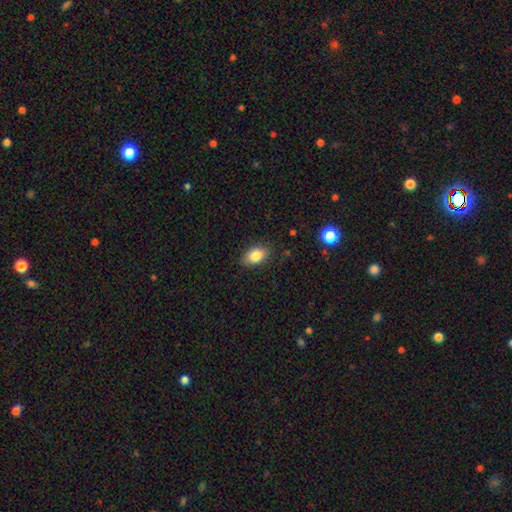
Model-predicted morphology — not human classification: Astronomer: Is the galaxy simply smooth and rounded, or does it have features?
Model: smooth — 84%.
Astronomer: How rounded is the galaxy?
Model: in between — 88%.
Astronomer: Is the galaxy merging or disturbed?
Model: none — 84%.